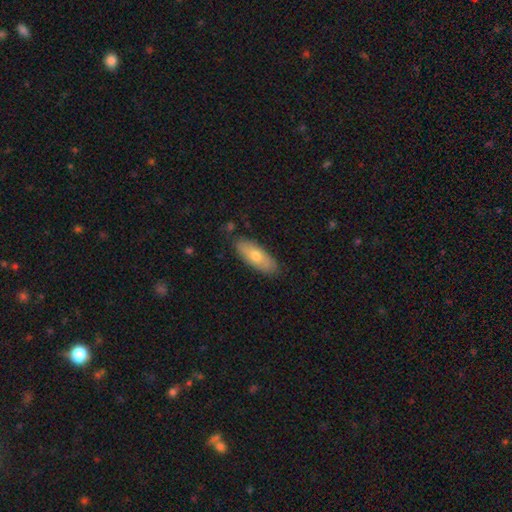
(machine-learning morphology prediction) Overall: smooth (68%). How rounded: in between (72%). Merging: none (83%).